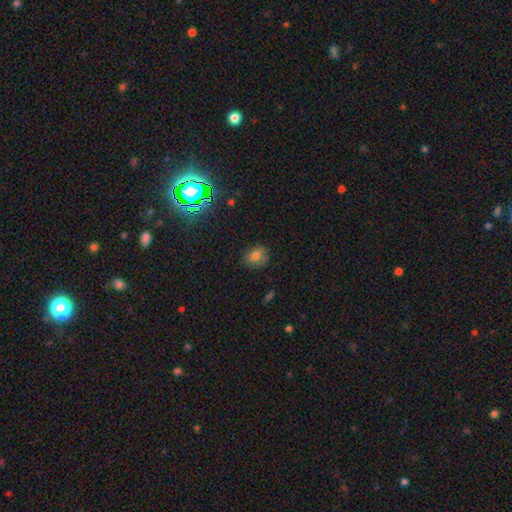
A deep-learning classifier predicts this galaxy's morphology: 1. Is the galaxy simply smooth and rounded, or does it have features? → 71% smooth, 16% star or artifact, 13% featured or disk.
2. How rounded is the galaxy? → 50% round, 49% in between, 1% cigar-shaped.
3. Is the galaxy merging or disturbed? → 75% none, 18% minor disturbance, 5% major disturbance, 1% merger.